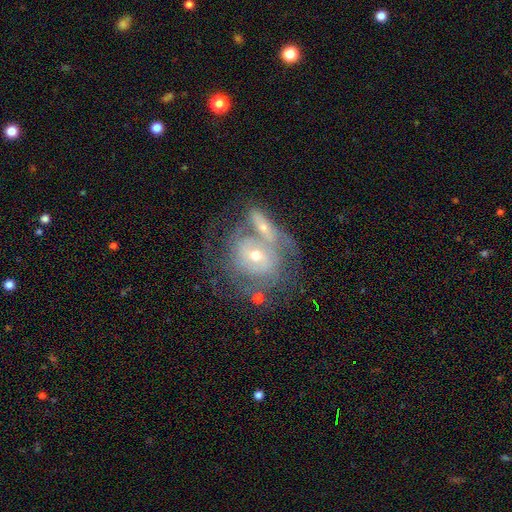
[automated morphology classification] Smooth or featured: featured or disk — 74% (smooth — 18%)
Edge-on disk: no — 95% (yes — 5%)
Bar: no — 65% (weak — 27%)
Spiral arms: yes — 78% (no — 22%)
Spiral winding: tight — 65% (medium — 26%)
Spiral arm count: can't tell — 49% (2 — 27%)
Bulge size: small — 49% (moderate — 48%)
Merging: merger — 37% (none — 36%)